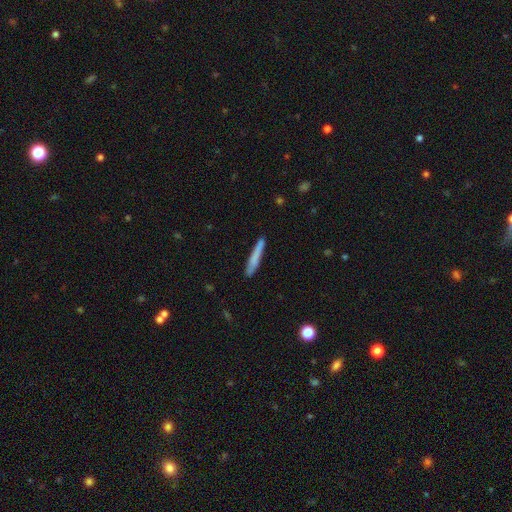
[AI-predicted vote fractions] Q: Smooth or featured?
A: smooth (72%); runner-up: featured or disk (22%)
Q: How rounded?
A: cigar-shaped (95%); runner-up: in between (4%)
Q: Merging?
A: none (84%); runner-up: minor disturbance (12%)